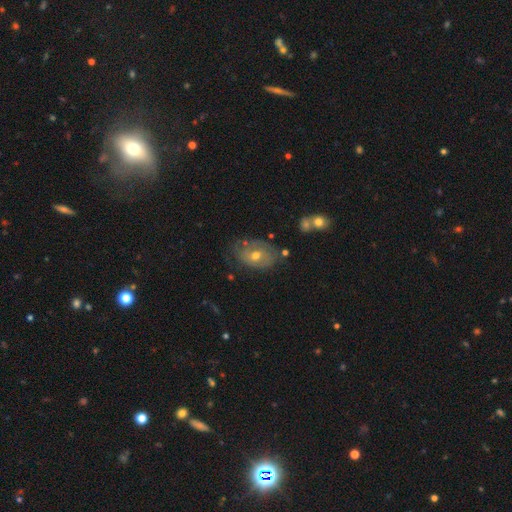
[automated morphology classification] featured or disk 52%, smooth 39%, star or artifact 9%. Down the decision tree: edge-on disk — no (93%); merging — none (59%).